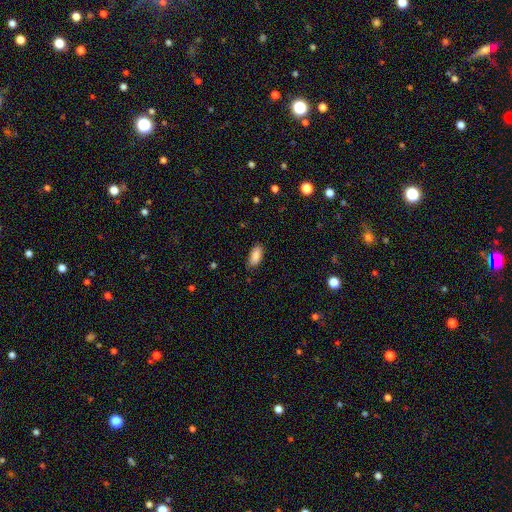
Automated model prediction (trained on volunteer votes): smooth-or-featured: smooth: 88% | star or artifact: 7% | featured or disk: 5%
  how-rounded: in between: 89% | cigar-shaped: 8% | round: 2%
  merging: none: 81% | minor disturbance: 15% | major disturbance: 3% | merger: 1%